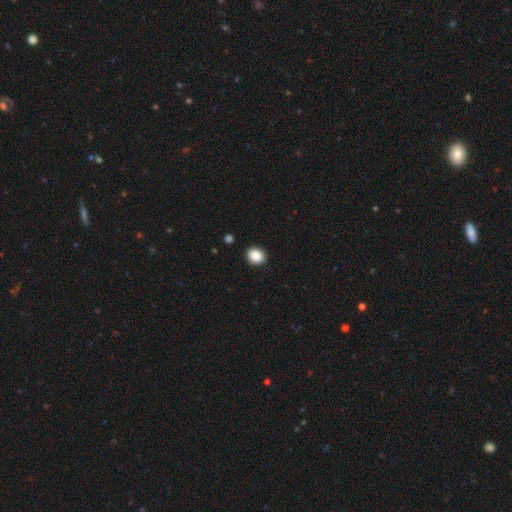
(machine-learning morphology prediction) type=smooth (88%); roundness=round (65%); merging=none (91%).